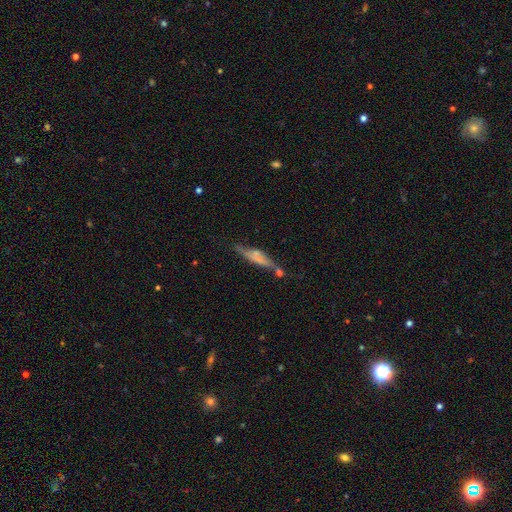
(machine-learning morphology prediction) Overall: featured or disk (51%; smooth 39%). Edge-on disk: yes (84%). Merging: none (58%; minor disturbance 23%).